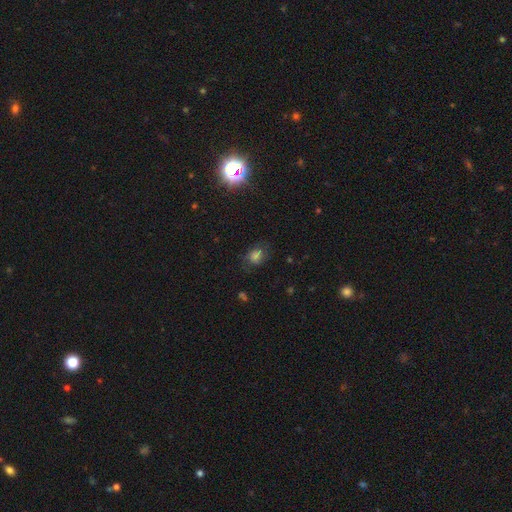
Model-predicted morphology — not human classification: smooth 60%, star or artifact 21%, featured or disk 19%. Down the decision tree: how rounded — in between (60%); merging — none (65%).